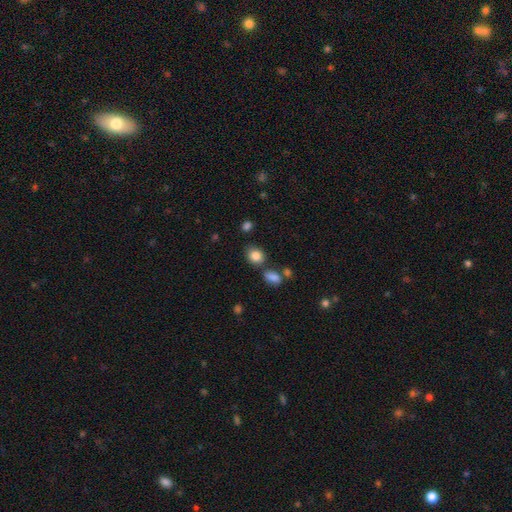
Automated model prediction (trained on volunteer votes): A smooth galaxy with no disk features (84%) that is round (56%).

Vote fractions:
- Smooth or featured? smooth: 84% / star or artifact: 10% / featured or disk: 6%
- How rounded? round: 56% / in between: 43% / cigar-shaped: 1%
- Merging? none: 72% / minor disturbance: 14% / merger: 10% / major disturbance: 4%